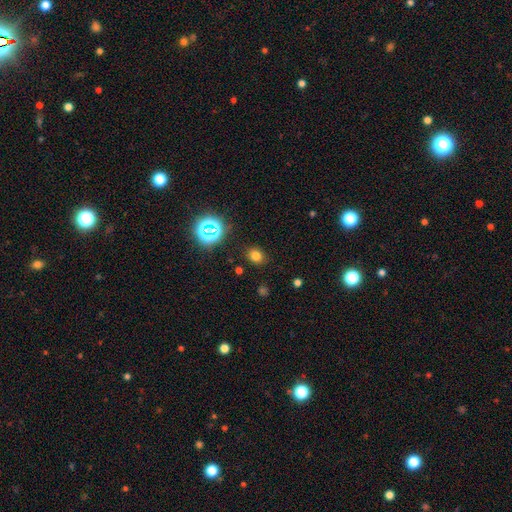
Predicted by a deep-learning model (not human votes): This appears to be a smooth galaxy with no disk features (73%) that is round (64%). Merging: none (87%).